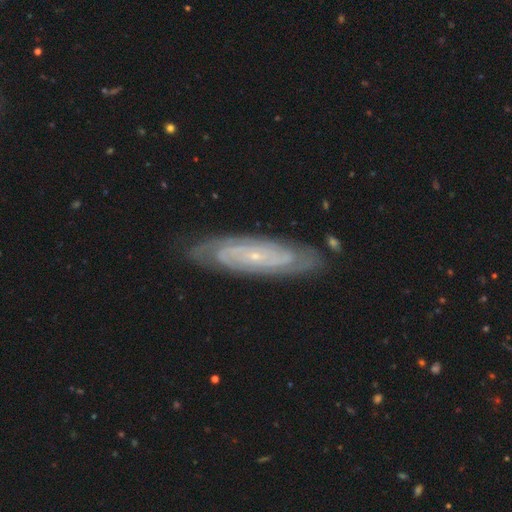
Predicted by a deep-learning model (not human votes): A featured or disk galaxy (84%) with no bar (70%), tight (70%) spiral arms (95%) and a small central bulge (86%). Merging: none (83%).